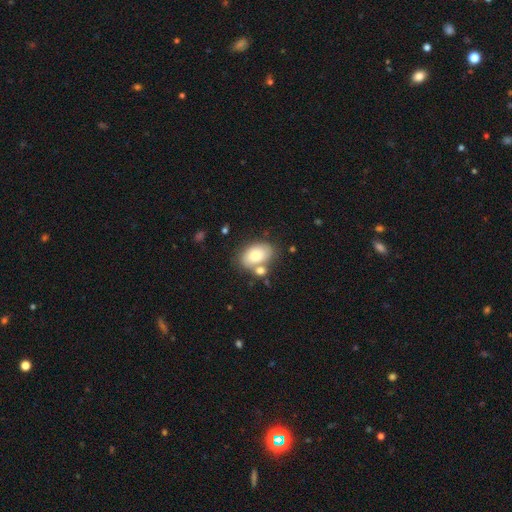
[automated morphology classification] smooth 74%, featured or disk 18%, star or artifact 7%. Down the decision tree: how rounded — in between (87%); merging — none (57%).